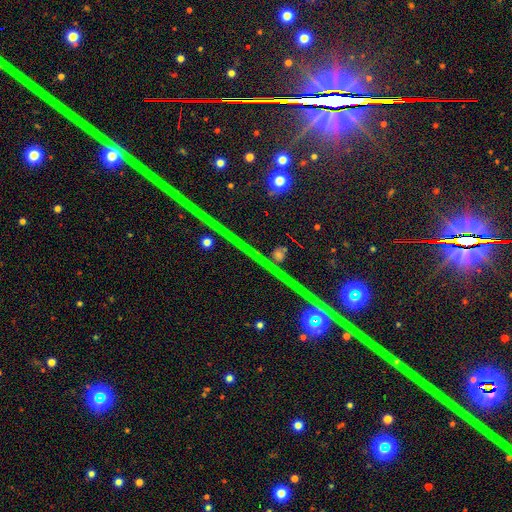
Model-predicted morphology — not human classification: Smooth or featured? star or artifact (81%)